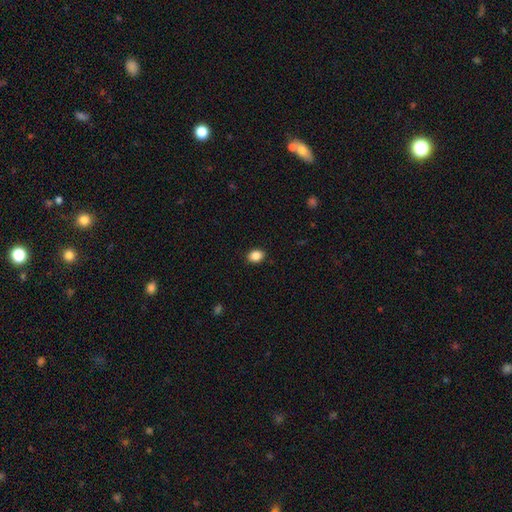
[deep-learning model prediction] Smooth or featured? smooth (87%)
How rounded? in between (57%)
Merging? none (90%)